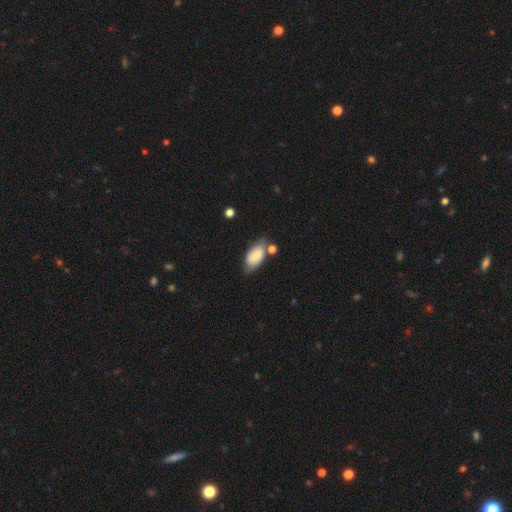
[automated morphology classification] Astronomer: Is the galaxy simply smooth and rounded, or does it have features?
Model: smooth — 80%.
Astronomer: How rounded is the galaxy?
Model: in between — 93%.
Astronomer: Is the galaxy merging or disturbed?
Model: none — 56%.